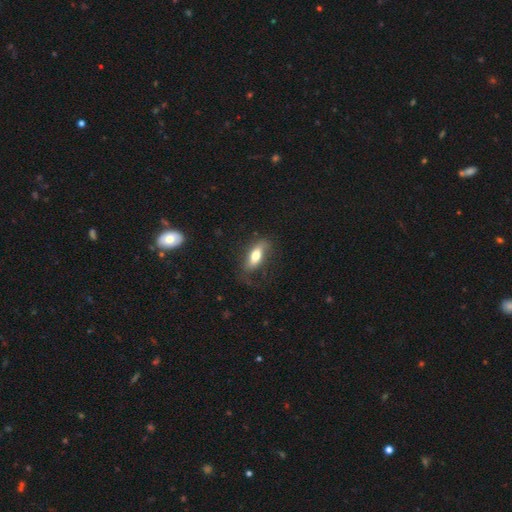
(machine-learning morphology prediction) This appears to be a smooth galaxy with no disk features (62%) that is in between round and cigar-shaped (64%). Merging: none (60%).